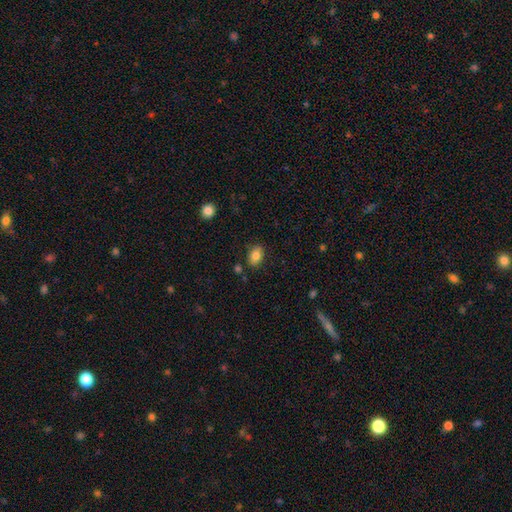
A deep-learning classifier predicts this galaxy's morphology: Smooth or featured: smooth — 85% (star or artifact — 8%)
How rounded: in between — 86% (round — 12%)
Merging: none — 83% (minor disturbance — 11%)